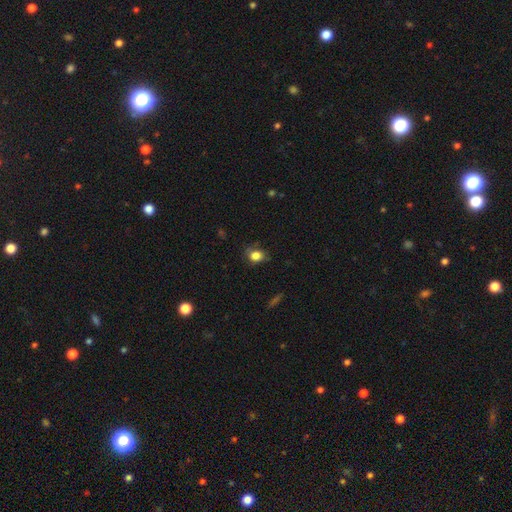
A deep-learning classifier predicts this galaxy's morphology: Q: Smooth or featured?
A: smooth (82%); runner-up: star or artifact (10%)
Q: How rounded?
A: in between (52%); runner-up: round (47%)
Q: Merging?
A: none (70%); runner-up: minor disturbance (23%)